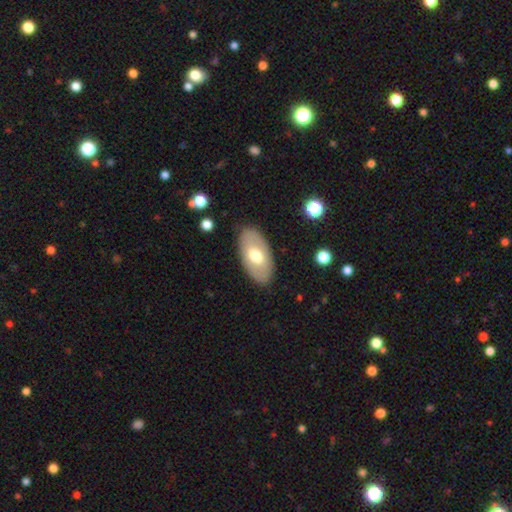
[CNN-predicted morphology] Smooth or featured? Predicted: smooth (p=0.56). How rounded? Predicted: in between (p=0.94). Merging? Predicted: none (p=0.86).